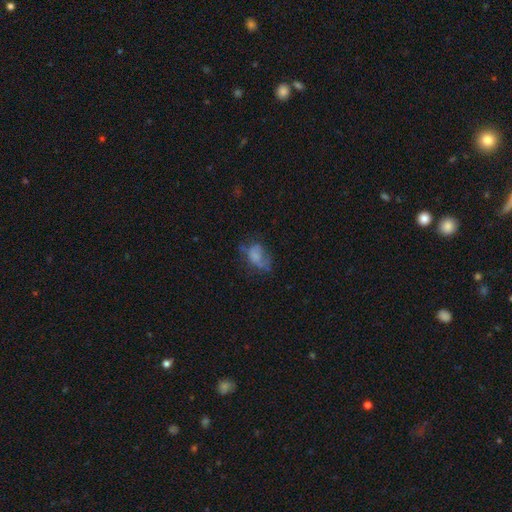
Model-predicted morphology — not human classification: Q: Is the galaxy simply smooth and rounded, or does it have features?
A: smooth — 55%.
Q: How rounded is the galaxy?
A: in between — 81%.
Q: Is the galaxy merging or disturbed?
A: none — 35%.